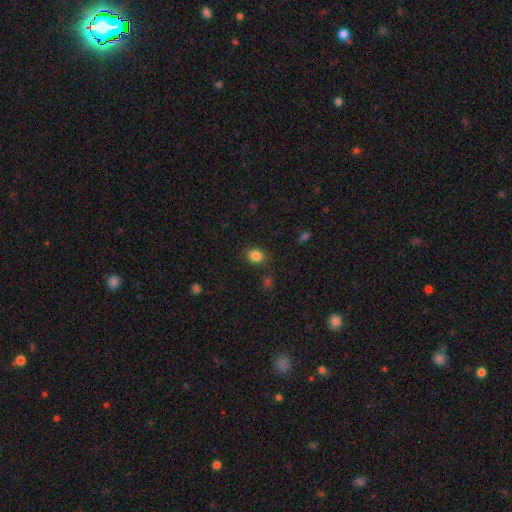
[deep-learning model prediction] A smooth galaxy with no disk features (84%) that is round (61%). Merging: none (81%).